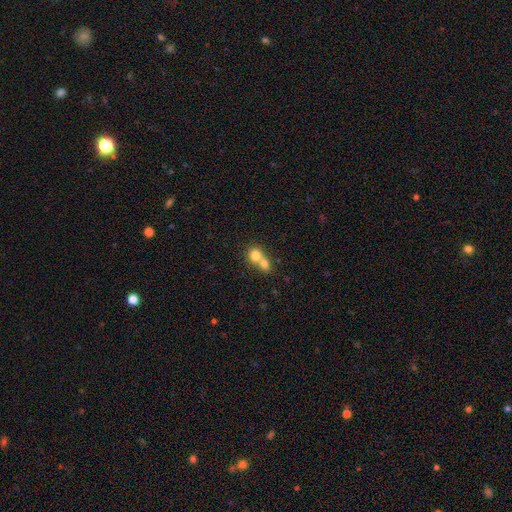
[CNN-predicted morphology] A smooth galaxy with no disk features (77%) that is round (78%).

Vote fractions:
- Smooth or featured? smooth: 77% / featured or disk: 13% / star or artifact: 10%
- How rounded? round: 78% / in between: 21% / cigar-shaped: 1%
- Merging? merger: 67% / none: 26% / minor disturbance: 5% / major disturbance: 2%